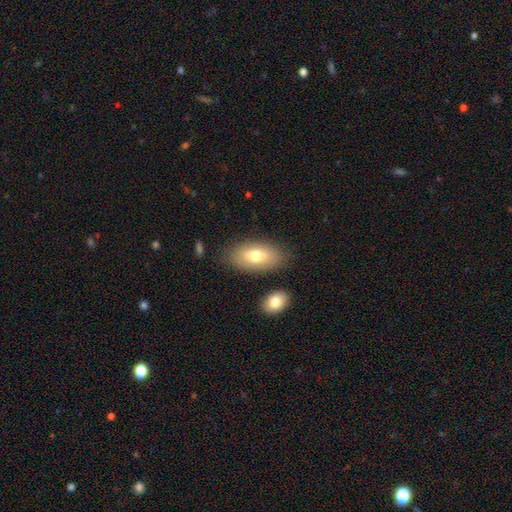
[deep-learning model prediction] Morphology: type=smooth (69%); roundness=in between (92%); merging=none (78%).